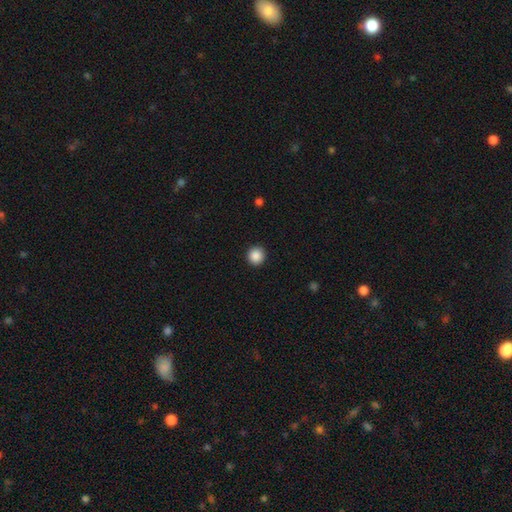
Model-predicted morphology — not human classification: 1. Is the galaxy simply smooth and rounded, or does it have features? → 88% smooth, 9% star or artifact, 3% featured or disk.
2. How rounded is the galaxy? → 95% round, 4% in between, 1% cigar-shaped.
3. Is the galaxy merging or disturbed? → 93% none, 5% minor disturbance, 2% major disturbance, 1% merger.